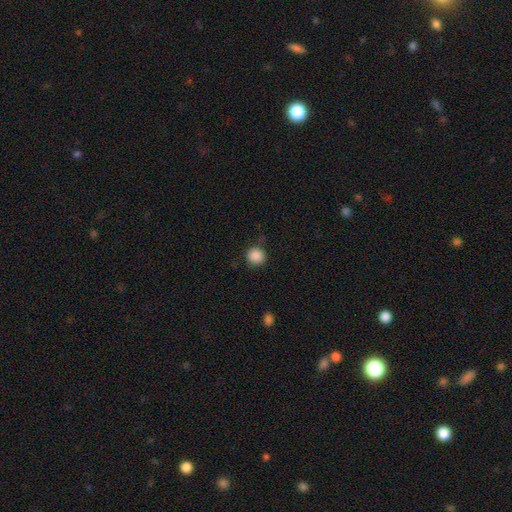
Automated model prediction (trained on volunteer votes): smooth 88%, star or artifact 9%, featured or disk 3%. Down the decision tree: how rounded — round (92%); merging — none (83%).